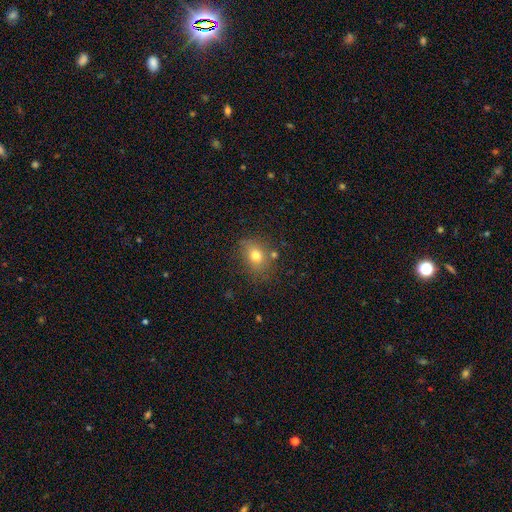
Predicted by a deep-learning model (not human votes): Overall: smooth (74%). How rounded: in between (50%; round 49%). Merging: none (74%).